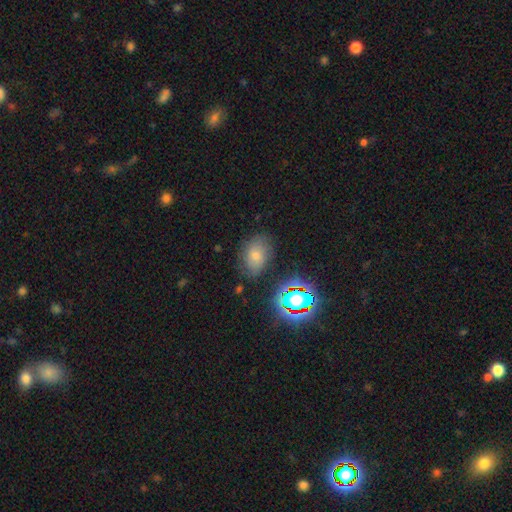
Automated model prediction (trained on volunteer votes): Smooth or featured? smooth (48%)
Merging? none (74%)